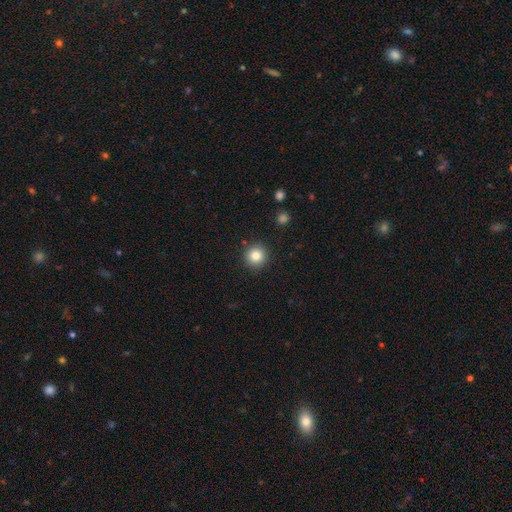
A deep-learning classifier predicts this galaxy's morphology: A smooth galaxy with no disk features (83%) that is round (94%).

Vote fractions:
- Smooth or featured? smooth: 83% / star or artifact: 11% / featured or disk: 7%
- How rounded? round: 94% / in between: 5% / cigar-shaped: 1%
- Merging? none: 91% / minor disturbance: 6% / major disturbance: 2% / merger: 2%